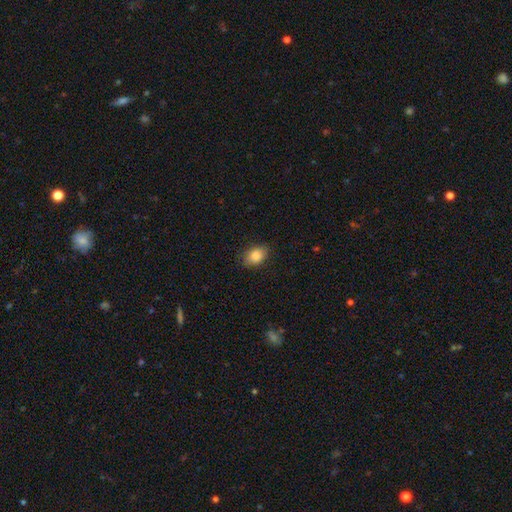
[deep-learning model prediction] smooth_or_featured: smooth (p=0.87) [alt: star or artifact p=0.08]
how_rounded: in between (p=0.76) [alt: round p=0.22]
merging: none (p=0.82) [alt: minor disturbance p=0.14]